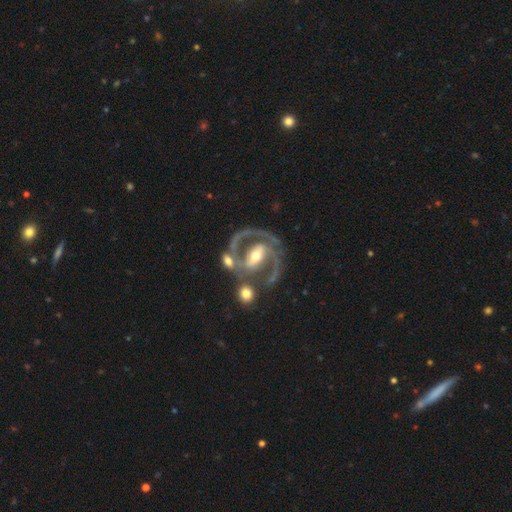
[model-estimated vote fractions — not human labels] The model was most divided on "spiral winding": medium: 53%, tight: 32%, loose: 16%. More confident: edge-on disk — no (97%); spiral arms — yes (91%); smooth or featured — featured or disk (89%); spiral arm count — 2 (84%); bulge size — moderate (68%); bar — strong (56%); merging — none (53%).